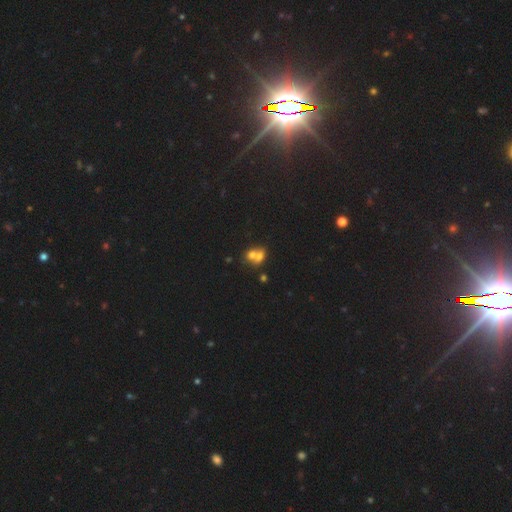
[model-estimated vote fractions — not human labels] This appears to be a smooth galaxy with no disk features (64%) that is round (52%). Merging: merger (71%).